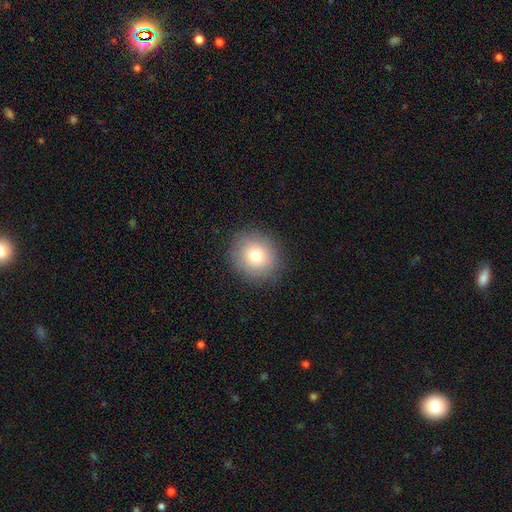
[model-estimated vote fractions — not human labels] Smooth or featured: smooth — 75% (featured or disk — 13%)
How rounded: round — 89% (in between — 10%)
Merging: none — 88% (minor disturbance — 8%)